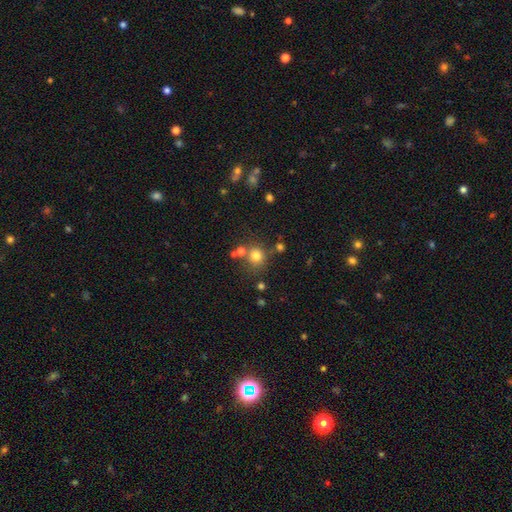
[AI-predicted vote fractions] Overall: smooth (76%). How rounded: round (89%). Merging: none (72%).